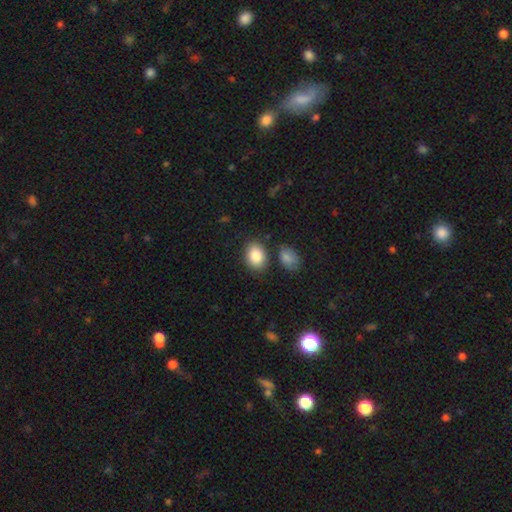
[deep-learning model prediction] A smooth galaxy with no disk features (86%) that is in between round and cigar-shaped (71%).

Vote fractions:
- Smooth or featured? smooth: 86% / star or artifact: 7% / featured or disk: 7%
- How rounded? in between: 71% / round: 28% / cigar-shaped: 1%
- Merging? none: 77% / minor disturbance: 12% / merger: 8% / major disturbance: 3%